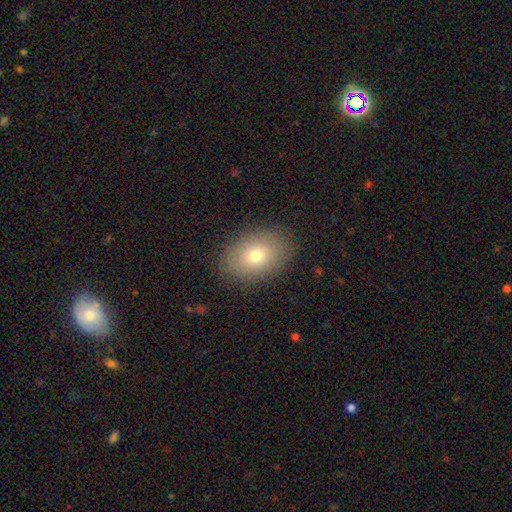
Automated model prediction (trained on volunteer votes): smooth 74%, featured or disk 15%, star or artifact 11%. Down the decision tree: how rounded — in between (76%); merging — none (86%).